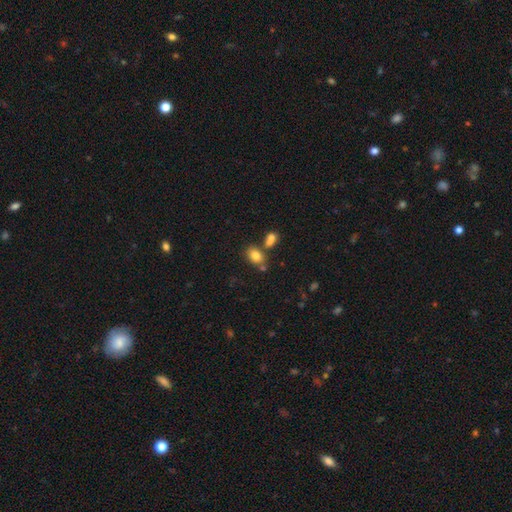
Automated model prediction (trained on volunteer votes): The model was most divided on "merging": none: 59%, merger: 24%, minor disturbance: 13%, major disturbance: 4%. More confident: smooth or featured — smooth (82%); how rounded — in between (77%).